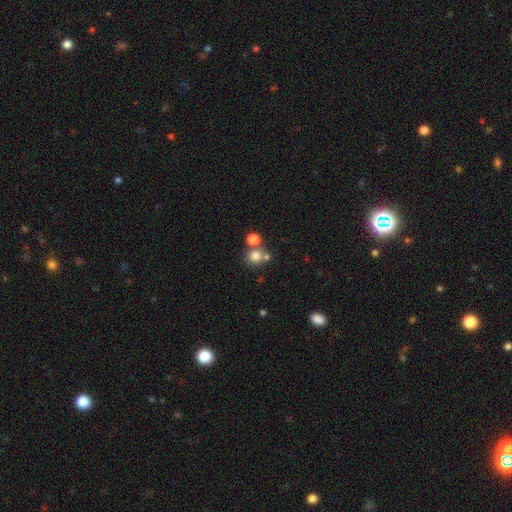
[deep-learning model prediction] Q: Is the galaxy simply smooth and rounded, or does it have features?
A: smooth — 77%.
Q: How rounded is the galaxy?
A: round — 87%.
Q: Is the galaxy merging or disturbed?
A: none — 58%.